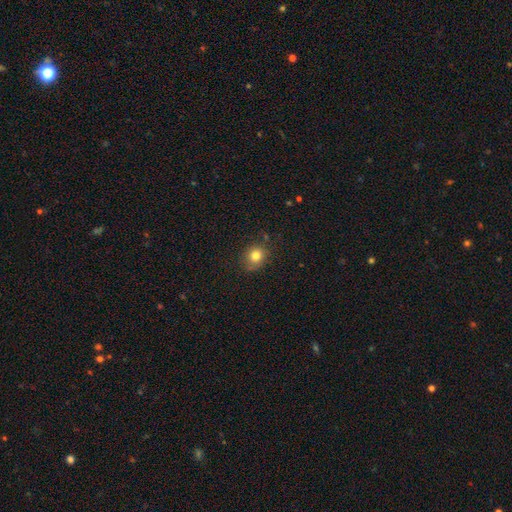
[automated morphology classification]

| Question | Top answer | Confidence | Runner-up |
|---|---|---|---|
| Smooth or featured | smooth | 81% | star or artifact (12%) |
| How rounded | round | 76% | in between (23%) |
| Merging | none | 79% | minor disturbance (16%) |